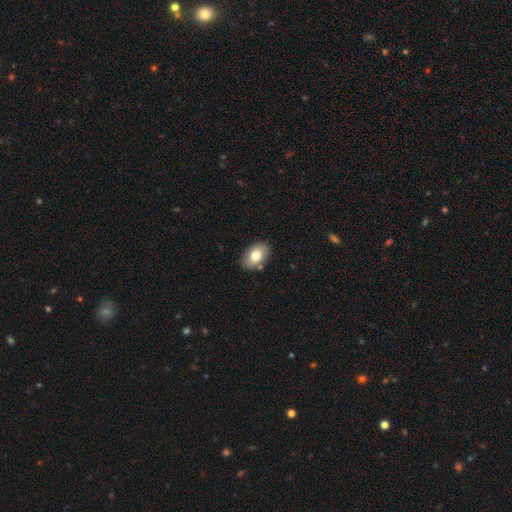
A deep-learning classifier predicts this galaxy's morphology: A smooth galaxy with no disk features (76%) that is in between round and cigar-shaped (87%). Merging: none (82%).